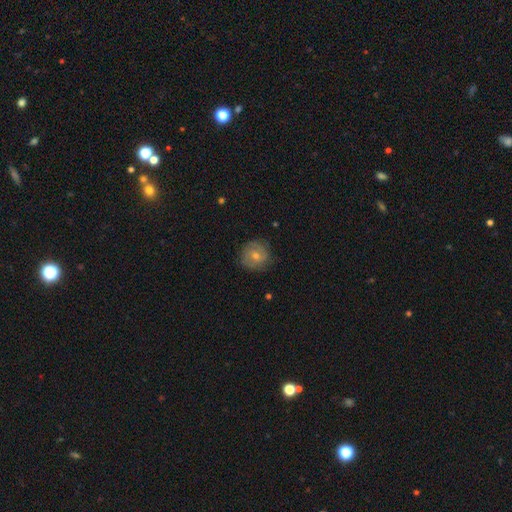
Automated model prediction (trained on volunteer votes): This is possibly a smooth galaxy (57%). How rounded: clearly round (88%). Merging: likely none (78%).